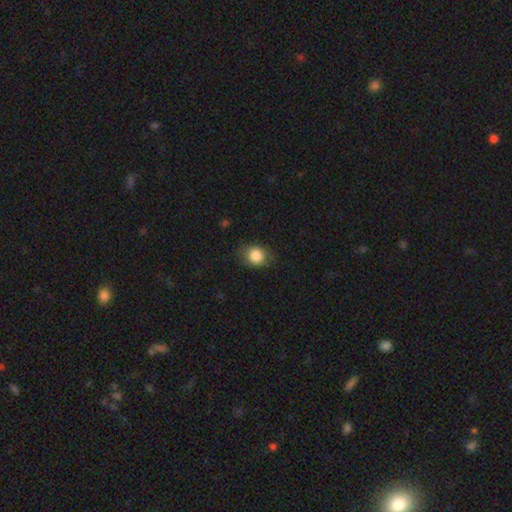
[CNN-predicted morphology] smooth-or-featured: smooth: 84% | star or artifact: 9% | featured or disk: 7%
  how-rounded: round: 59% | in between: 40% | cigar-shaped: 1%
  merging: none: 77% | minor disturbance: 17% | major disturbance: 5% | merger: 1%